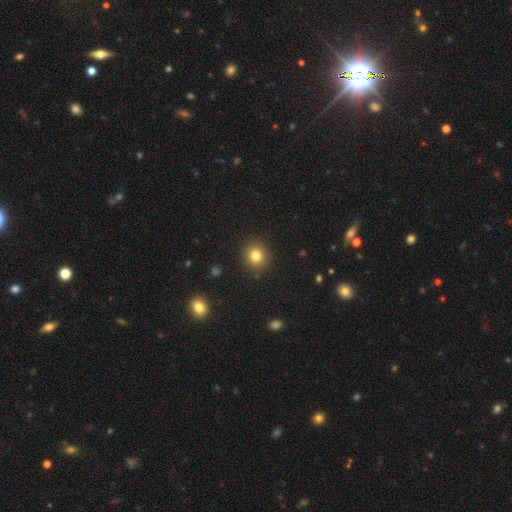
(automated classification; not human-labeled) A smooth galaxy with no disk features (81%) that is round (86%). Merging: none (89%).